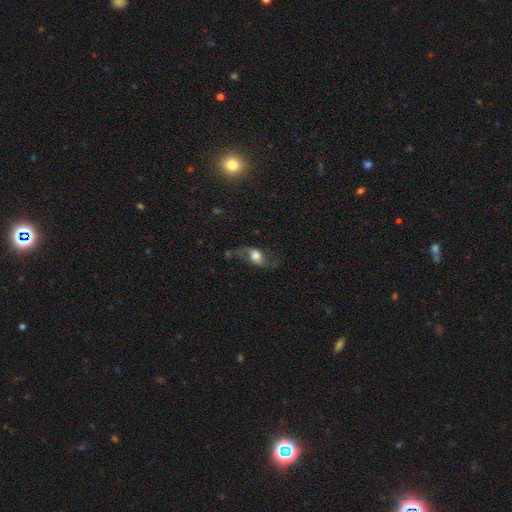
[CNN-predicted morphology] Q: Smooth or featured?
A: featured or disk (48%); runner-up: smooth (43%)
Q: Merging?
A: none (45%); runner-up: major disturbance (27%)